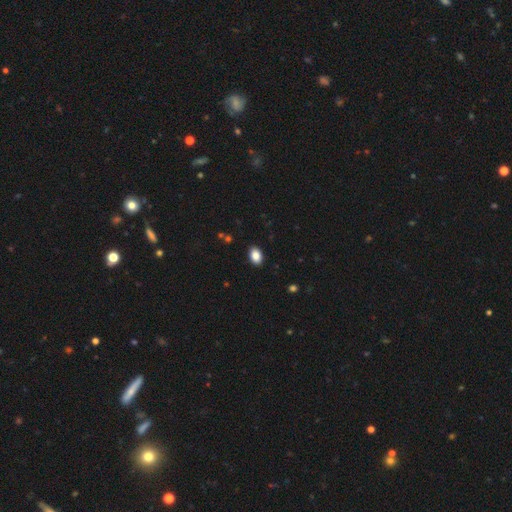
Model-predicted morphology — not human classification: smooth 87%, star or artifact 8%, featured or disk 5%. Down the decision tree: how rounded — in between (86%); merging — none (90%).